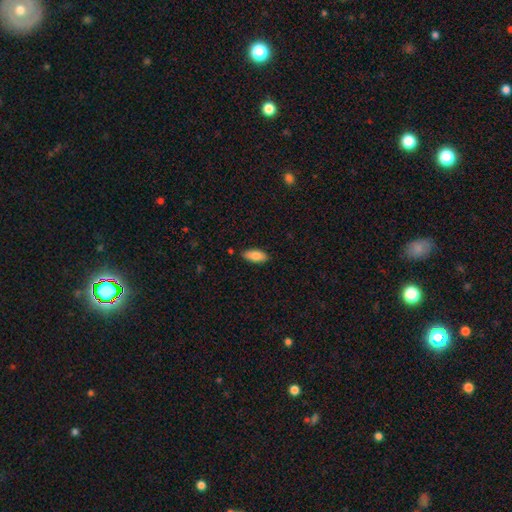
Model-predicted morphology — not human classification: smooth 82%, featured or disk 12%, star or artifact 6%. Down the decision tree: how rounded — in between (83%); merging — none (85%).